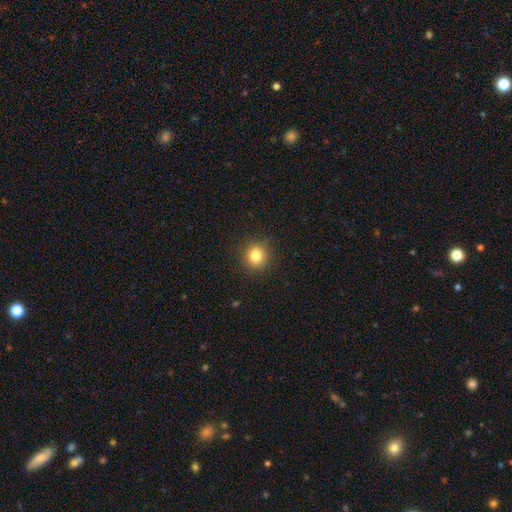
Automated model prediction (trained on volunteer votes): Q: Smooth or featured?
A: smooth (82%); runner-up: star or artifact (12%)
Q: How rounded?
A: round (89%); runner-up: in between (10%)
Q: Merging?
A: none (90%); runner-up: minor disturbance (7%)